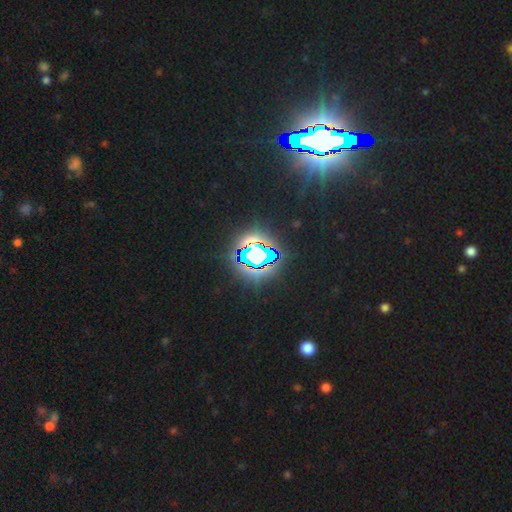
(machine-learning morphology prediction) Overall: star or artifact (77%).